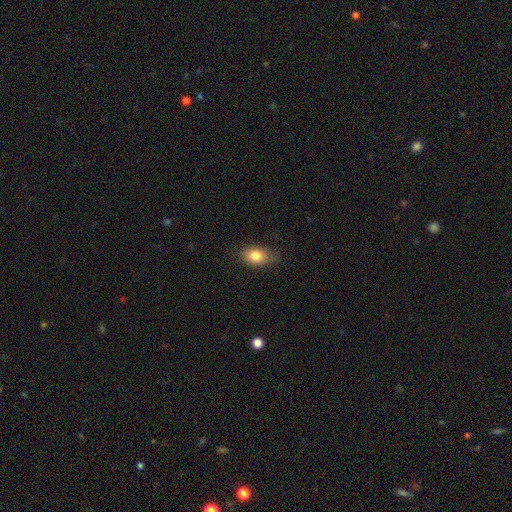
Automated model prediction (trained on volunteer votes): The model was most divided on "merging": none: 74%, minor disturbance: 20%, major disturbance: 5%, merger: 1%. More confident: how rounded — in between (86%); smooth or featured — smooth (81%).